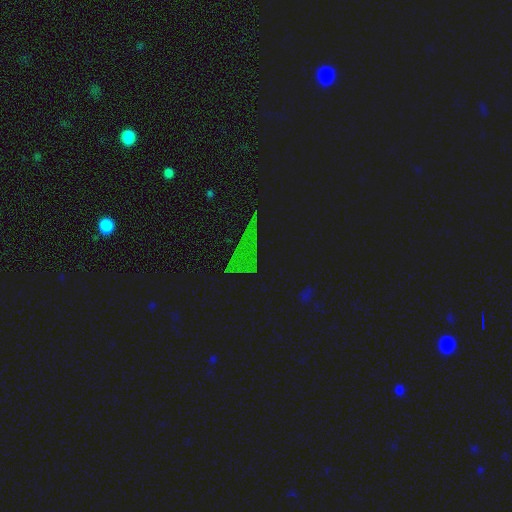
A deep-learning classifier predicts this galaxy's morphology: Overall: star or artifact (73%).